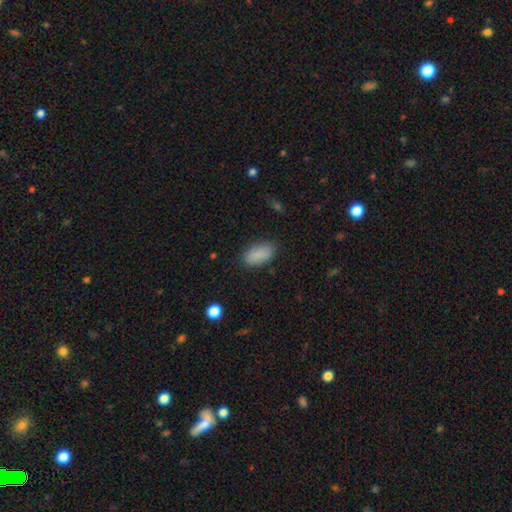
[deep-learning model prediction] Smooth or featured? smooth (88%)
How rounded? in between (92%)
Merging? none (81%)